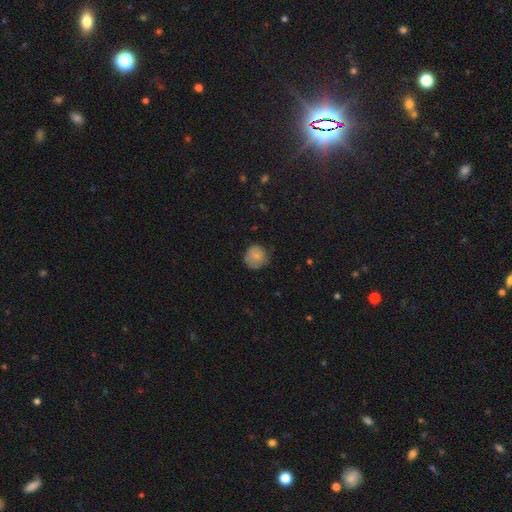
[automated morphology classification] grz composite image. It shows a smooth galaxy with no disk features (79%) that is round (87%). Merging: none (68%).